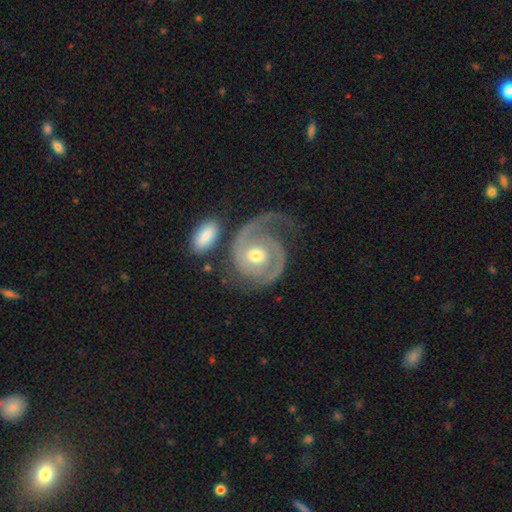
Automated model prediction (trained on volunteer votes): This appears to be a featured or disk galaxy (90%) with no bar (67%), 2 (62%) tight (50%) spiral arms (97%) and a moderate central bulge (72%). Merging: none (50%).